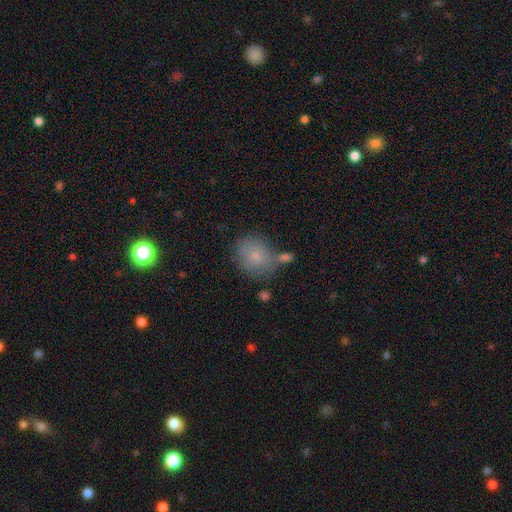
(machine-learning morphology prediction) The model was most divided on "how rounded": round: 70%, in between: 29%, cigar-shaped: 1%. More confident: smooth or featured — smooth (77%); merging — none (65%).